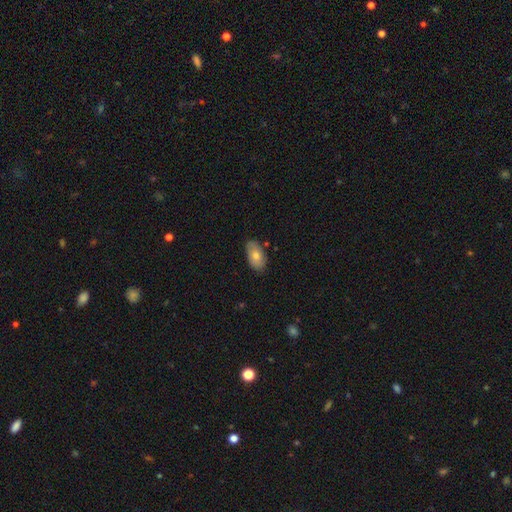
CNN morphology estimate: smooth-or-featured: smooth: 70% | featured or disk: 23% | star or artifact: 7%
  how-rounded: in between: 93% | round: 4% | cigar-shaped: 3%
  merging: none: 83% | minor disturbance: 13% | major disturbance: 2% | merger: 1%